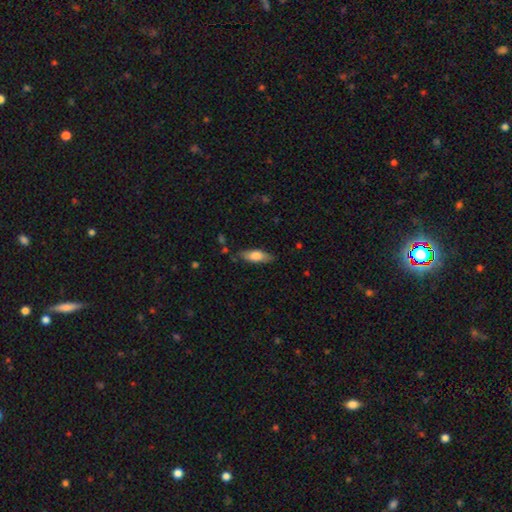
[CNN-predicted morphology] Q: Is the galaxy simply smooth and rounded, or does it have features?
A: smooth — 70%.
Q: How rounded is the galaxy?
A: in between — 61%.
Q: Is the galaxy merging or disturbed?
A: none — 80%.